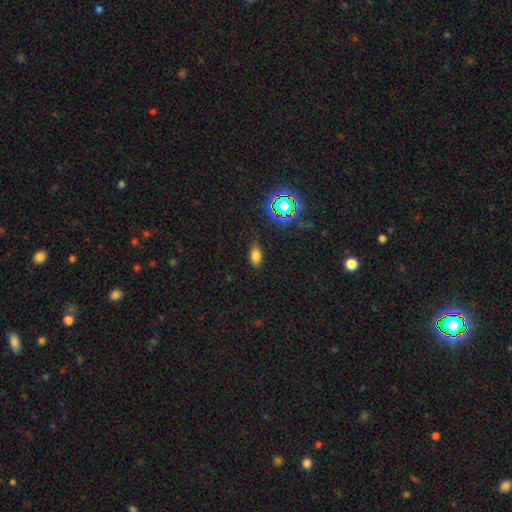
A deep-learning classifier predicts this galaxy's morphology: smooth-or-featured: smooth: 71% | star or artifact: 20% | featured or disk: 8%
  how-rounded: in between: 88% | round: 7% | cigar-shaped: 4%
  merging: none: 81% | minor disturbance: 14% | major disturbance: 4% | merger: 1%